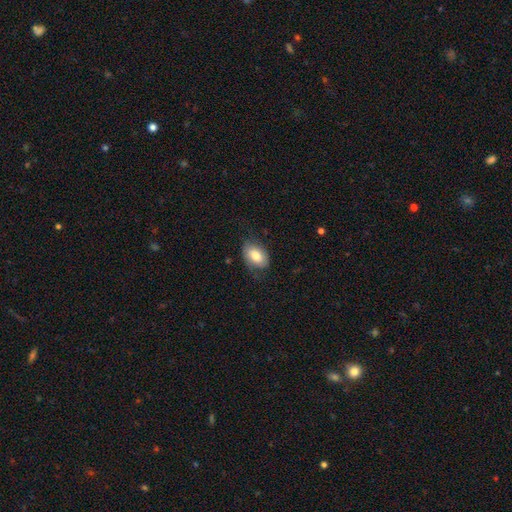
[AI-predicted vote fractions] This is likely a smooth galaxy (76%). How rounded: clearly in between (87%). Merging: likely none (70%).